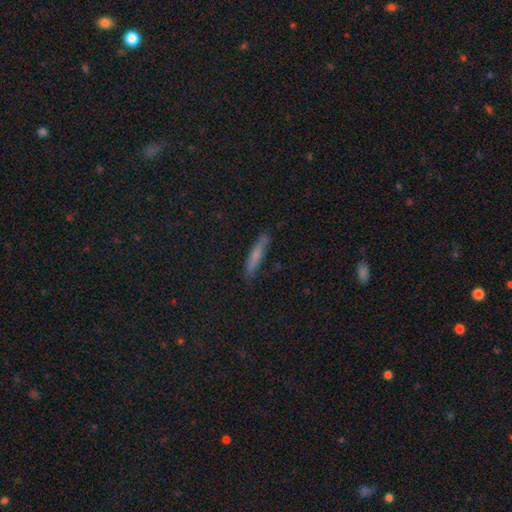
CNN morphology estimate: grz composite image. It shows a smooth galaxy with no disk features (62%) that is cigar-shaped (89%). Merging: none (81%).